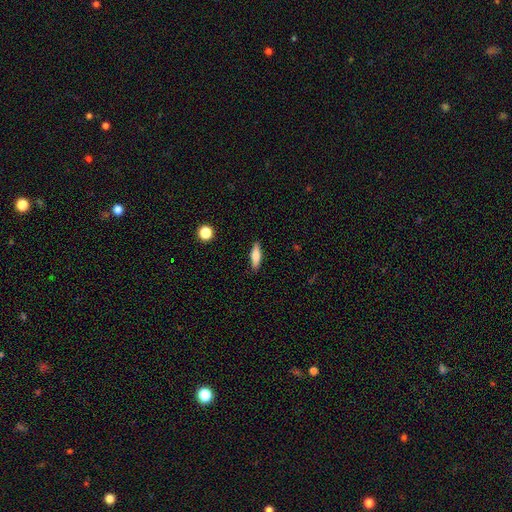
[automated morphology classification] smooth 70%, featured or disk 23%, star or artifact 7%. Down the decision tree: how rounded — cigar-shaped (60%); merging — none (87%).